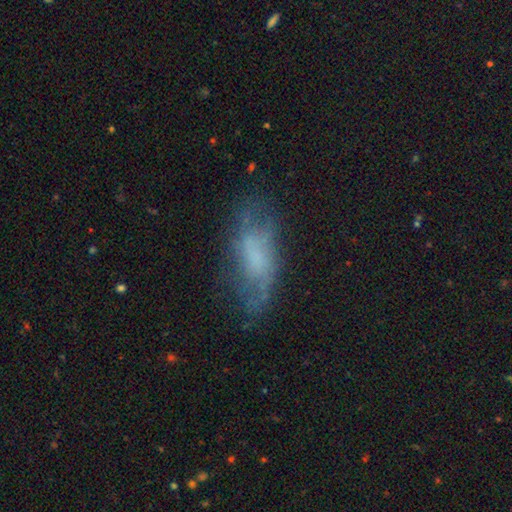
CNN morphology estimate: Overall: featured or disk (46%; smooth 42%). Merging: none (53%; minor disturbance 25%).